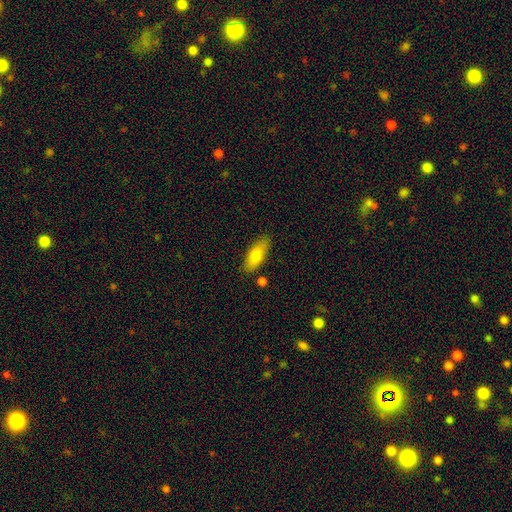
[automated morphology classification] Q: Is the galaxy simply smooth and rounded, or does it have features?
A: smooth — 76%.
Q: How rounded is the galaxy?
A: in between — 74%.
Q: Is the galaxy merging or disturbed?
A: none — 82%.